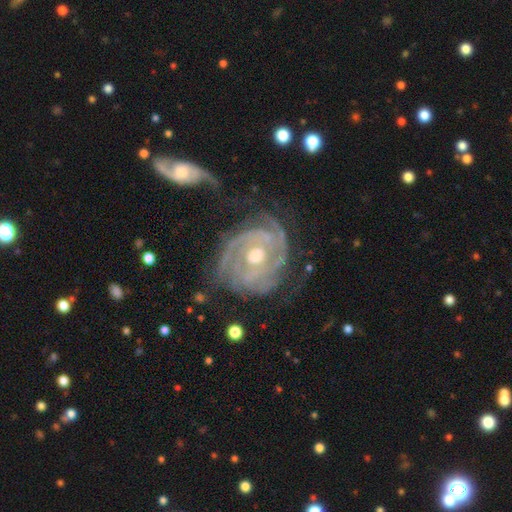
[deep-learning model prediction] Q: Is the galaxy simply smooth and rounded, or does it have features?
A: featured or disk — 90%.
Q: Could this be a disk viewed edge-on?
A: no — 97%.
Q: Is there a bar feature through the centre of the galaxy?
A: no — 61%.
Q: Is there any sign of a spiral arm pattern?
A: yes — 95%.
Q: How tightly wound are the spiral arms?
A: tight — 71%.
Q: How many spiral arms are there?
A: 3 — 27%.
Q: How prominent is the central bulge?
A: moderate — 75%.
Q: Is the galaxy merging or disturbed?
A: none — 60%.